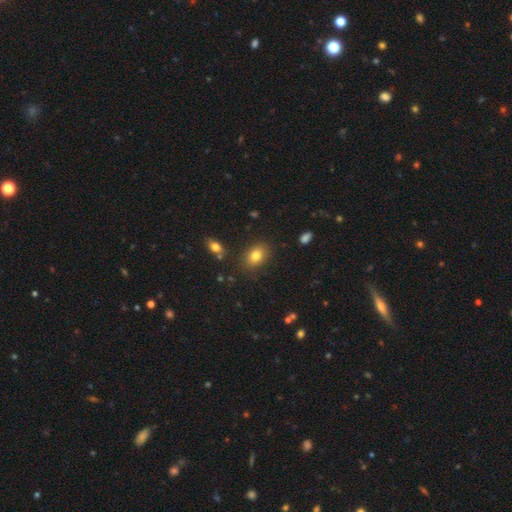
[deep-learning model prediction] Smooth or featured? Predicted: smooth (p=0.81). How rounded? Predicted: in between (p=0.78). Merging? Predicted: none (p=0.84).